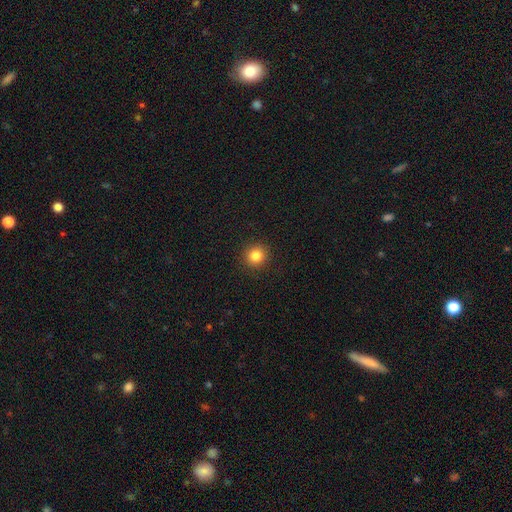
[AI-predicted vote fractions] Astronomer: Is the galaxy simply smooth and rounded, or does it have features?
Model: smooth — 84%.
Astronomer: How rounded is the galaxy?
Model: round — 94%.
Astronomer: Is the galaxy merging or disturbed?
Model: none — 92%.